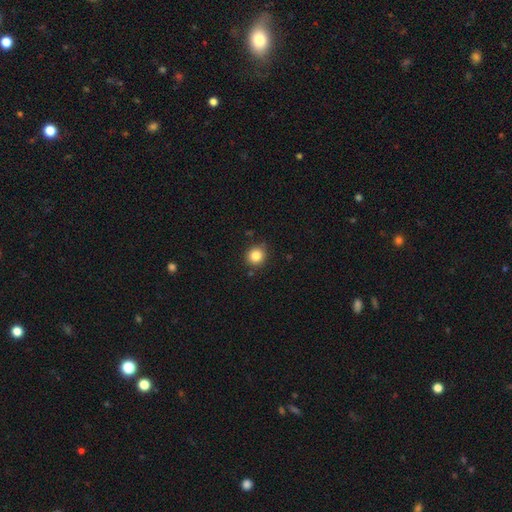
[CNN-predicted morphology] Q: Smooth or featured?
A: smooth (84%); runner-up: star or artifact (11%)
Q: How rounded?
A: round (88%); runner-up: in between (11%)
Q: Merging?
A: none (86%); runner-up: minor disturbance (10%)